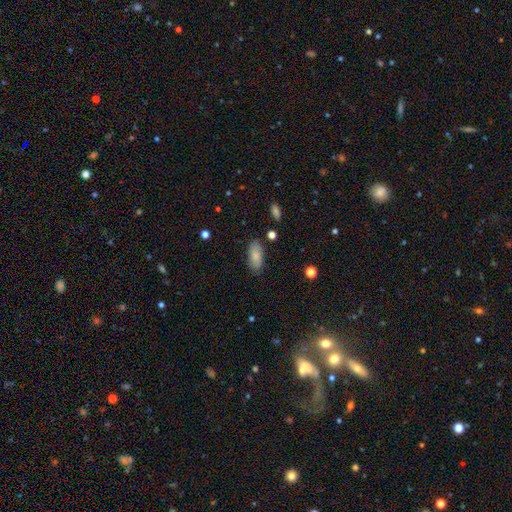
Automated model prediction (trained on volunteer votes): smooth_or_featured: smooth (p=0.77) [alt: featured or disk p=0.16]
how_rounded: in between (p=0.91) [alt: cigar-shaped p=0.07]
merging: none (p=0.80) [alt: minor disturbance p=0.14]